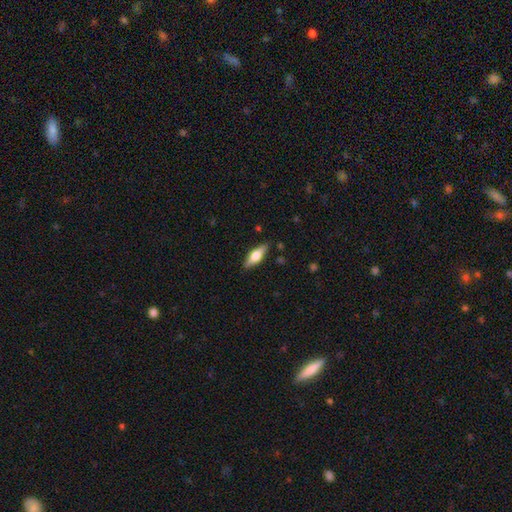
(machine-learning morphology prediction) type=featured or disk (48%); merging=none (87%).